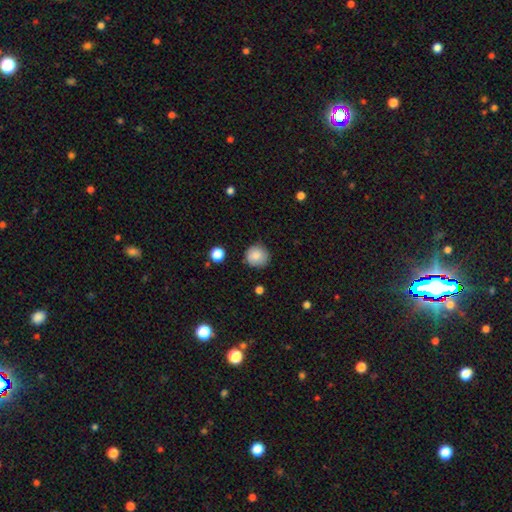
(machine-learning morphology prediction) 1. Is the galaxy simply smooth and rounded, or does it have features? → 86% smooth, 8% star or artifact, 6% featured or disk.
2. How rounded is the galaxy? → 93% round, 6% in between, 1% cigar-shaped.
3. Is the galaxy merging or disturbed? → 85% none, 11% minor disturbance, 2% major disturbance, 2% merger.